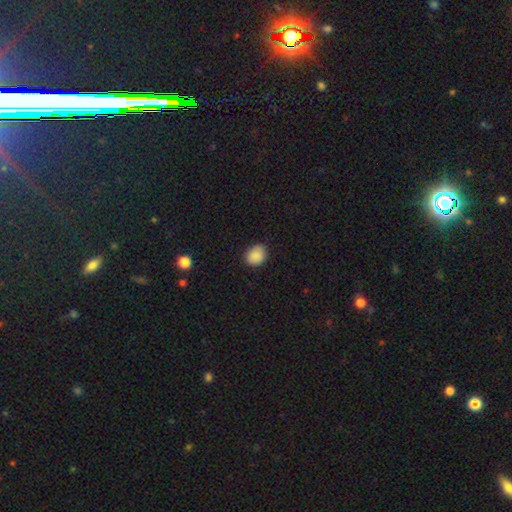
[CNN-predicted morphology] Overall: smooth (88%). How rounded: in between (51%; round 48%). Merging: none (75%).